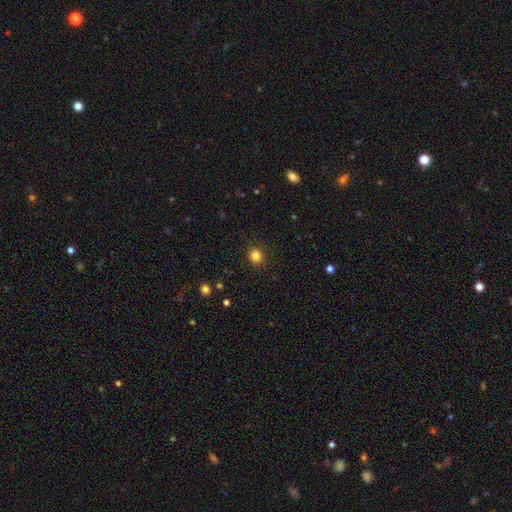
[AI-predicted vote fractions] Smooth or featured? smooth (83%)
How rounded? round (80%)
Merging? none (90%)